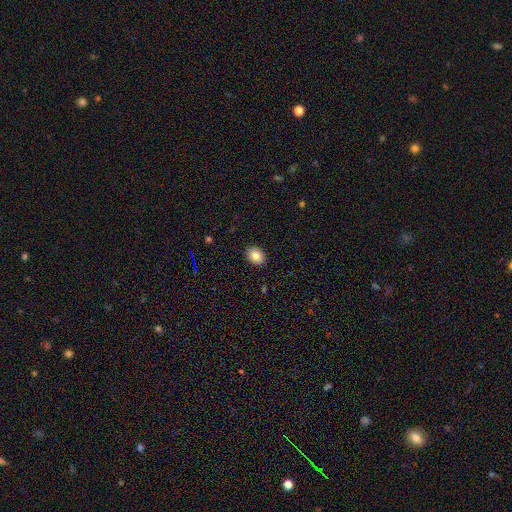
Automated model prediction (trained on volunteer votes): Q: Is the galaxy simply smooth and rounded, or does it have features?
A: smooth — 83%.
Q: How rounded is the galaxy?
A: in between — 59%.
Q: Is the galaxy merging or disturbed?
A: none — 91%.